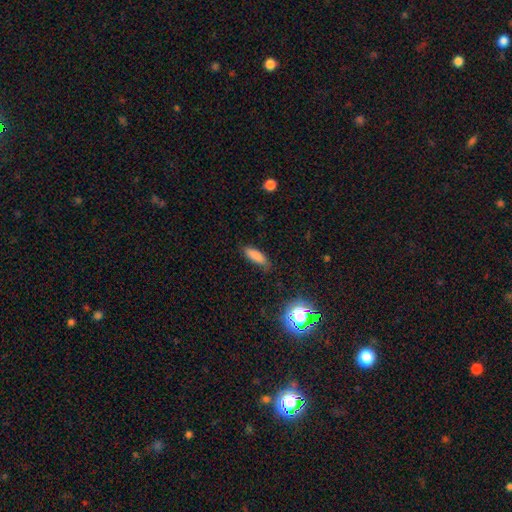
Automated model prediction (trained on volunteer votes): A smooth galaxy with no disk features (82%) that is in between round and cigar-shaped (61%).

Vote fractions:
- Smooth or featured? smooth: 82% / star or artifact: 11% / featured or disk: 7%
- How rounded? in between: 61% / cigar-shaped: 37% / round: 2%
- Merging? none: 75% / minor disturbance: 19% / major disturbance: 4% / merger: 2%